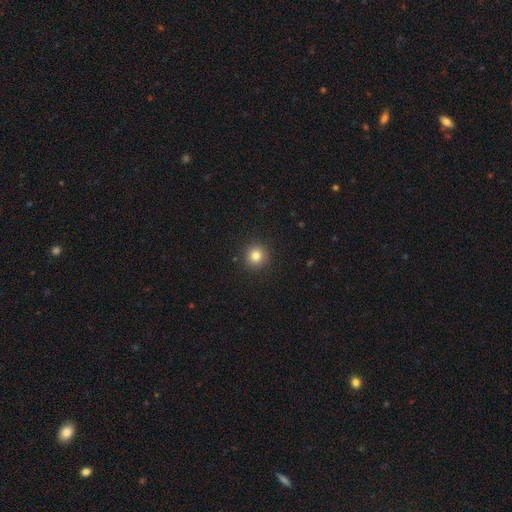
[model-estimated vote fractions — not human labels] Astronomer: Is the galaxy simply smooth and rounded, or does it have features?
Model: smooth — 81%.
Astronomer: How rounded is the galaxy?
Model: round — 95%.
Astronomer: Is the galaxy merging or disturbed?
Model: none — 92%.